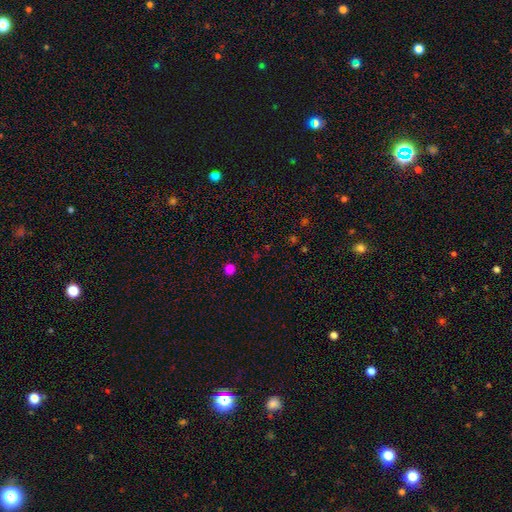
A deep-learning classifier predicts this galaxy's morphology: smooth-or-featured: smooth: 61% | star or artifact: 35% | featured or disk: 4%
  how-rounded: round: 88% | in between: 11% | cigar-shaped: 1%
  merging: none: 88% | minor disturbance: 6% | major disturbance: 3% | merger: 2%